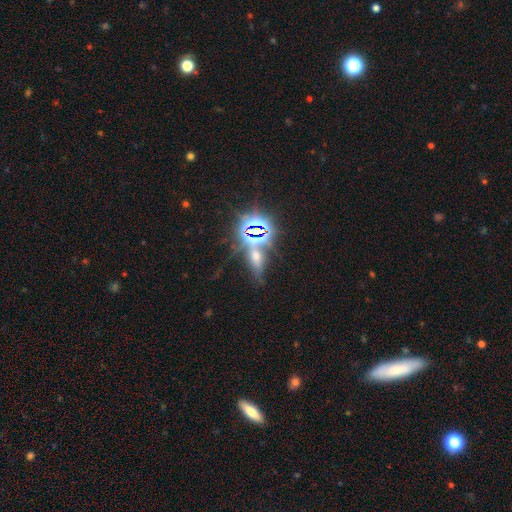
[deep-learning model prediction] Overall: star or artifact (57%; smooth 27%).